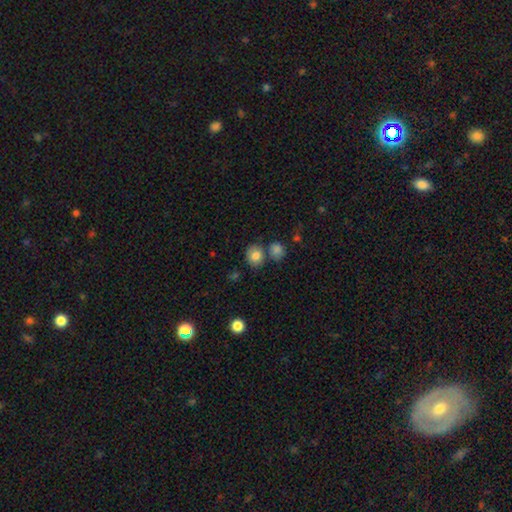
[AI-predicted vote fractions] A smooth galaxy with no disk features (82%) that is round (66%). Merging: none (69%).